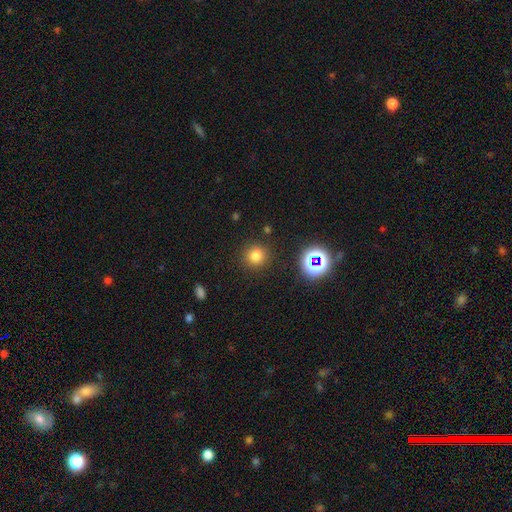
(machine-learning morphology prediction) type=smooth (76%); roundness=round (92%); merging=none (88%).